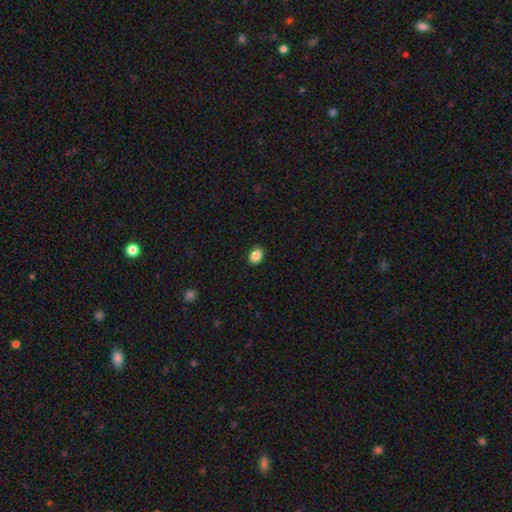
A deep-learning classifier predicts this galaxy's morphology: Smooth or featured? smooth (87%)
How rounded? in between (63%)
Merging? none (90%)